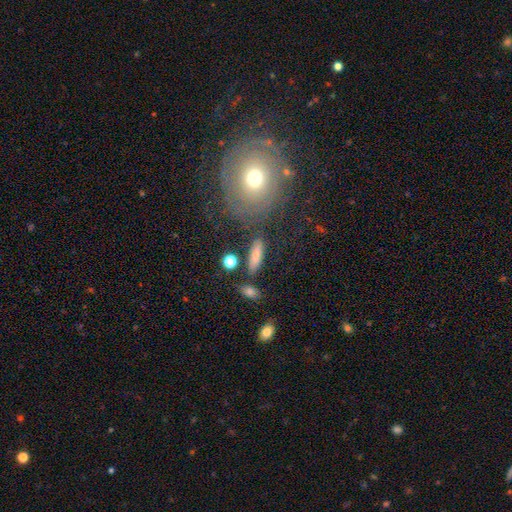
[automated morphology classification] This is clearly a smooth galaxy (81%). How rounded: likely cigar-shaped (68%). Merging: clearly none (81%).